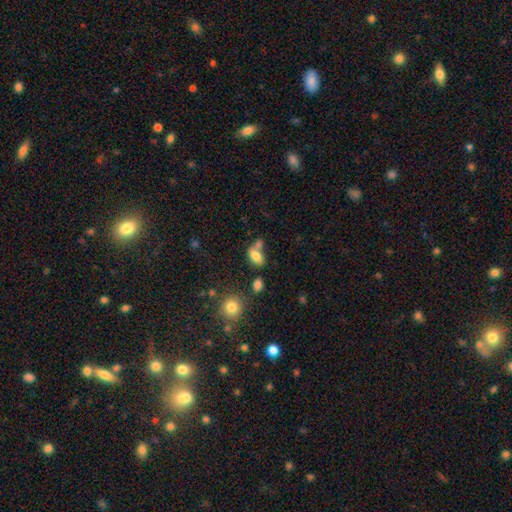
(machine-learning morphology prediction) This is likely a smooth galaxy (80%). How rounded: clearly in between (88%). Merging: possibly none (48%).